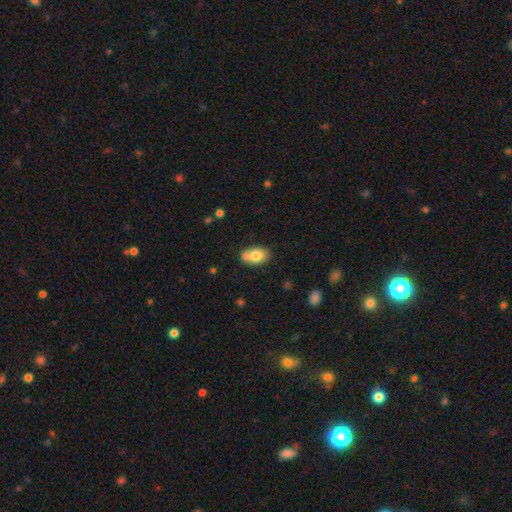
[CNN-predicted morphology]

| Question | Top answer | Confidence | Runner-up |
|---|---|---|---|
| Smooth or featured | smooth | 76% | featured or disk (16%) |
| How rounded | in between | 87% | round (12%) |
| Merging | none | 60% | minor disturbance (19%) |